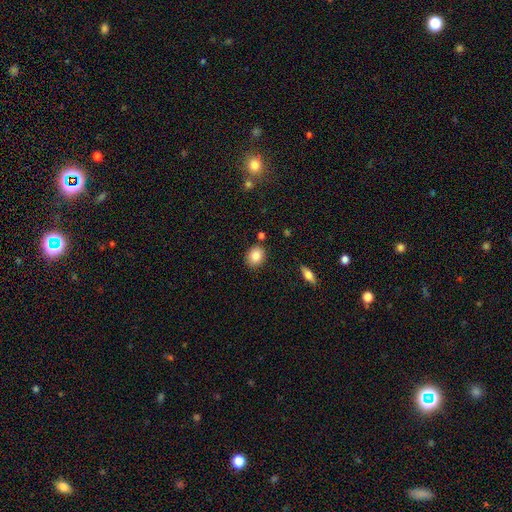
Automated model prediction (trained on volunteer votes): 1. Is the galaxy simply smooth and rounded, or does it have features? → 84% smooth, 9% star or artifact, 7% featured or disk.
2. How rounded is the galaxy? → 60% round, 39% in between, 1% cigar-shaped.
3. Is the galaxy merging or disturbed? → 85% none, 9% minor disturbance, 4% merger, 2% major disturbance.